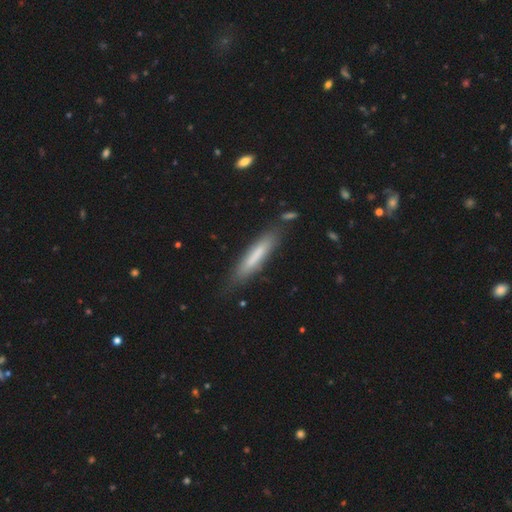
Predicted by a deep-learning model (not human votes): A smooth galaxy with no disk features (68%) that is cigar-shaped (88%).

Vote fractions:
- Smooth or featured? smooth: 68% / featured or disk: 25% / star or artifact: 6%
- How rounded? cigar-shaped: 88% / in between: 11% / round: 1%
- Merging? none: 79% / minor disturbance: 14% / major disturbance: 4% / merger: 3%